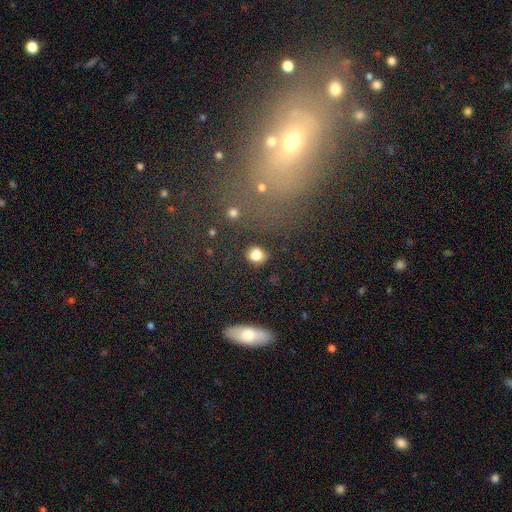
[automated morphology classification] type=smooth (82%); roundness=round (72%); merging=none (83%).